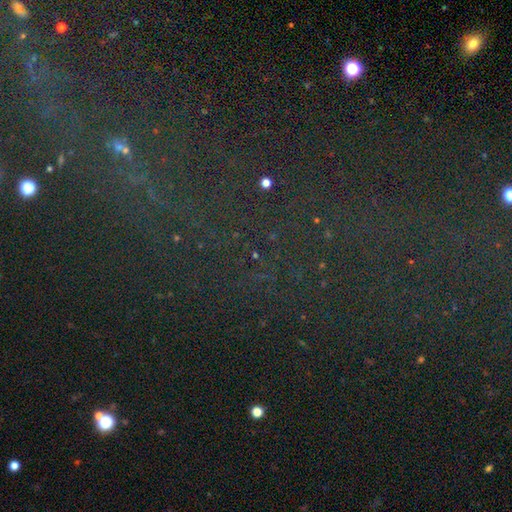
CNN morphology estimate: A star or artifact, not a galaxy (79%).

Vote fractions:
- Smooth or featured? star or artifact: 79% / smooth: 13% / featured or disk: 8%